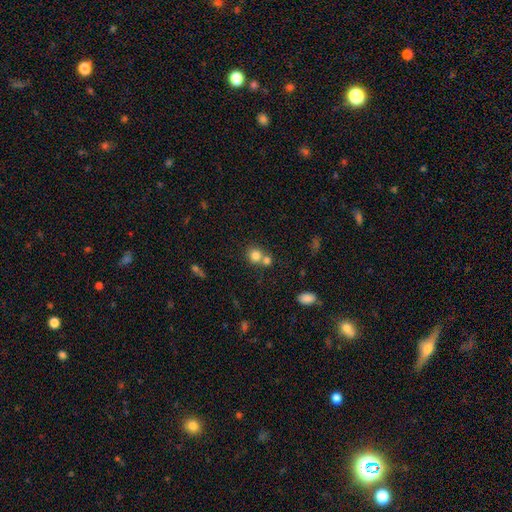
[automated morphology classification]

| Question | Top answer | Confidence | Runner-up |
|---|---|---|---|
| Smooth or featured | smooth | 80% | star or artifact (11%) |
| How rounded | round | 85% | in between (14%) |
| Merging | merger | 45% | tied: none (45%) |